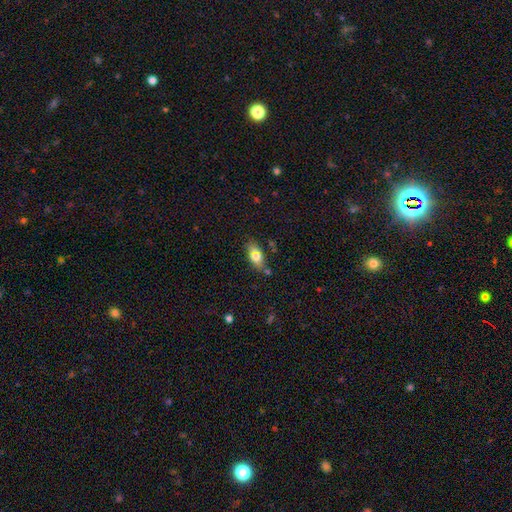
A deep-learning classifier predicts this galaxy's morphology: smooth 72%, featured or disk 19%, star or artifact 8%. Down the decision tree: how rounded — in between (84%); merging — none (72%).